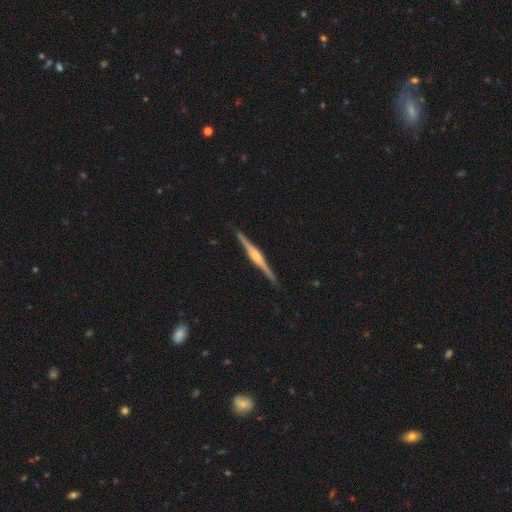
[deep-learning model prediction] Smooth or featured? featured or disk (84%)
Edge-on disk? yes (99%)
Edge-on bulge? rounded (73%)
Merging? none (91%)